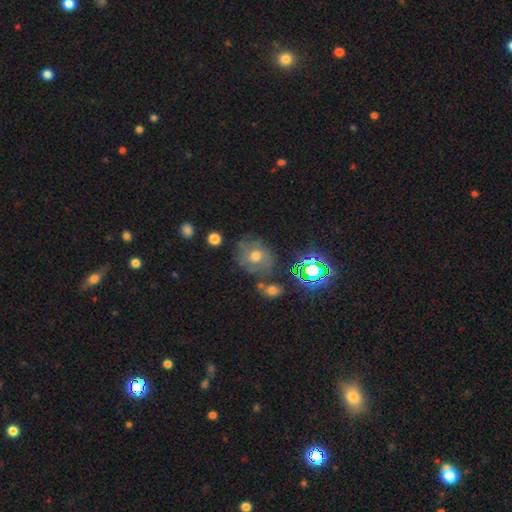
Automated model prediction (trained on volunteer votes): A smooth galaxy with no disk features (37%). Merging: none (64%).